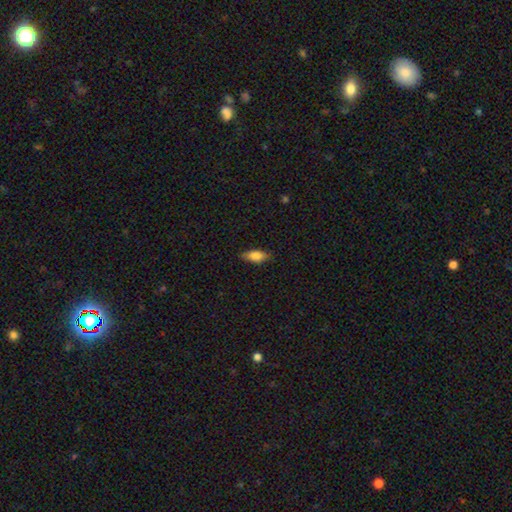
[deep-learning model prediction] Smooth or featured: smooth — 80% (featured or disk — 13%)
How rounded: in between — 78% (cigar-shaped — 19%)
Merging: none — 84% (minor disturbance — 13%)